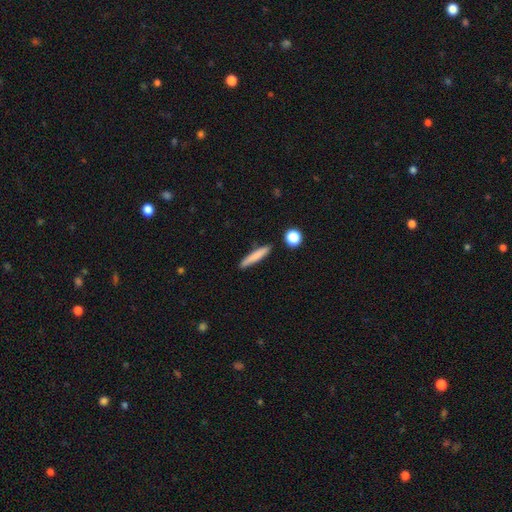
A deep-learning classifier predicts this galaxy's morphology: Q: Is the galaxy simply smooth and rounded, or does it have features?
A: smooth — 79%.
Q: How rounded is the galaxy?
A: cigar-shaped — 91%.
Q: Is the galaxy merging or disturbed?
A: none — 87%.